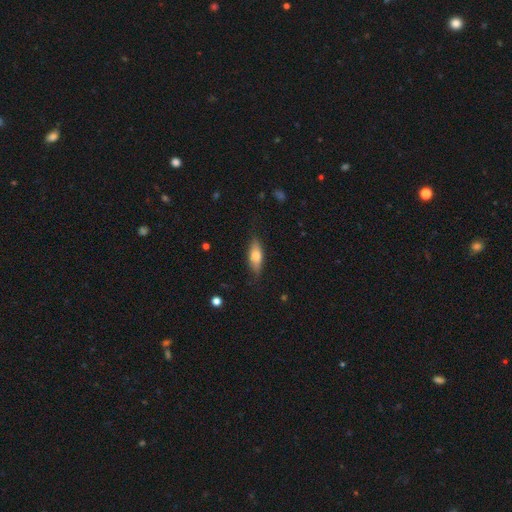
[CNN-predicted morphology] smooth 67%, featured or disk 27%, star or artifact 6%. Down the decision tree: how rounded — in between (68%); merging — none (78%).